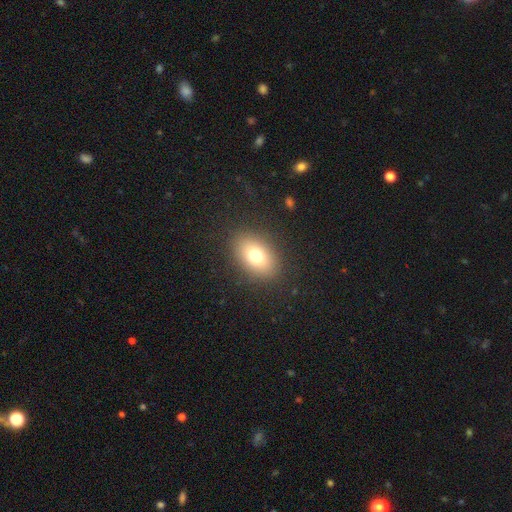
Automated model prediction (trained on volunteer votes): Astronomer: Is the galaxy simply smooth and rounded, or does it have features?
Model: smooth — 75%.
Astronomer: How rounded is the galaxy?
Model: in between — 81%.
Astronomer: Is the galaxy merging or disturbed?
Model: none — 87%.